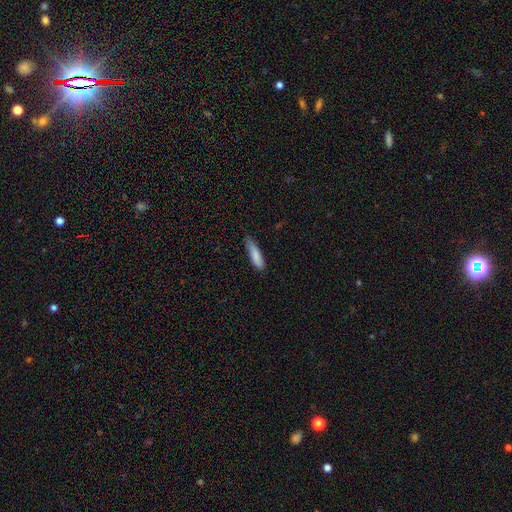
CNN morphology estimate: smooth_or_featured: smooth (p=0.84) [alt: featured or disk p=0.10]
how_rounded: cigar-shaped (p=0.73) [alt: in between p=0.26]
merging: none (p=0.72) [alt: minor disturbance p=0.24]